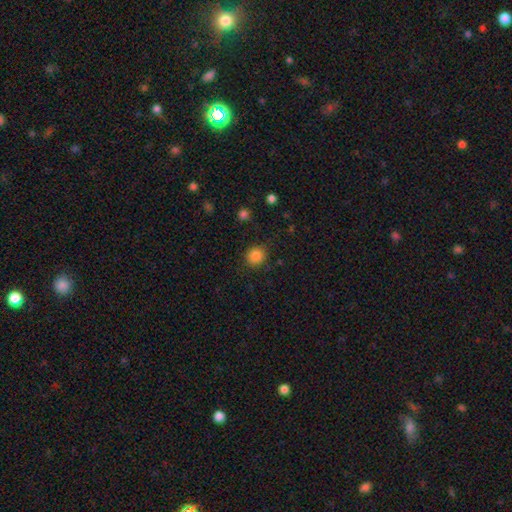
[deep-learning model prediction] smooth-or-featured: smooth: 85% | star or artifact: 11% | featured or disk: 4%
  how-rounded: round: 85% | in between: 14% | cigar-shaped: 1%
  merging: none: 84% | minor disturbance: 11% | major disturbance: 3% | merger: 1%